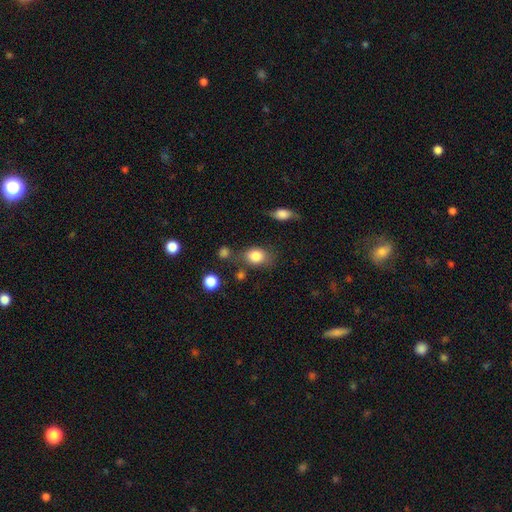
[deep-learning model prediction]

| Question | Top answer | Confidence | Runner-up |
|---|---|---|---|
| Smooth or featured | smooth | 83% | star or artifact (9%) |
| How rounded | in between | 64% | round (35%) |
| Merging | none | 65% | minor disturbance (20%) |